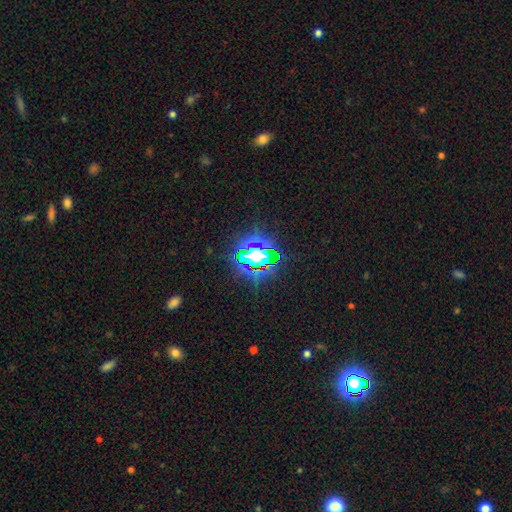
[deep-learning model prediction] Overall: star or artifact (60%; smooth 22%).